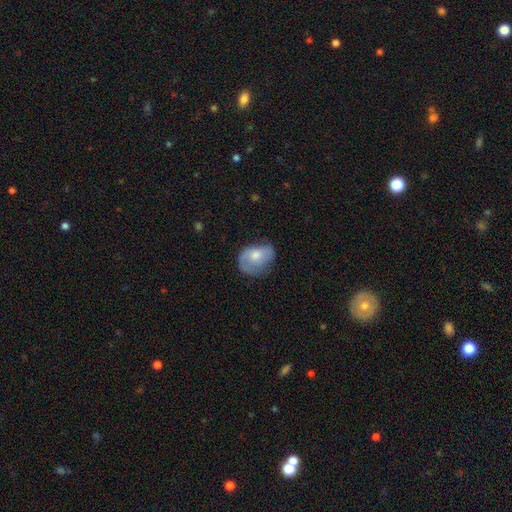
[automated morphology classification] Smooth or featured? Predicted: smooth (p=0.56). How rounded? Predicted: in between (p=0.69). Merging? Predicted: none (p=0.48).